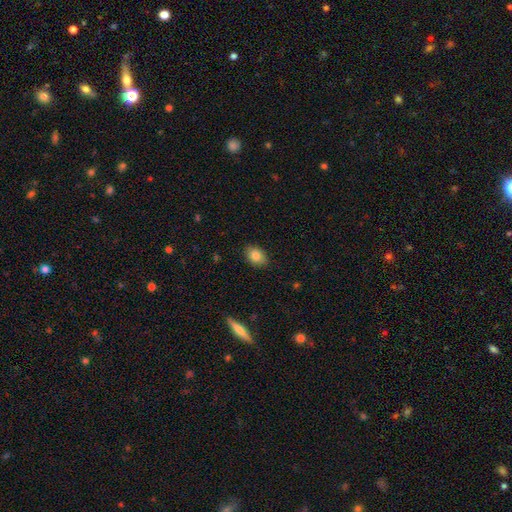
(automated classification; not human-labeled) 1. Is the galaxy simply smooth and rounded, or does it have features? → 85% smooth, 8% star or artifact, 7% featured or disk.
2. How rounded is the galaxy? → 78% in between, 21% round, 1% cigar-shaped.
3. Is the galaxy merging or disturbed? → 87% none, 10% minor disturbance, 2% major disturbance, 1% merger.